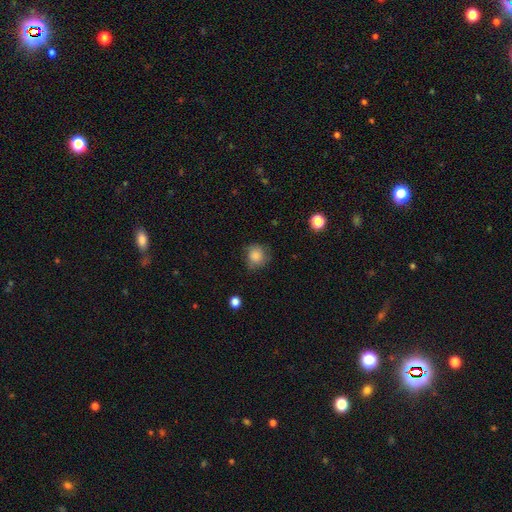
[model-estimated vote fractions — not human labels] Smooth or featured? smooth (81%)
How rounded? round (85%)
Merging? none (68%)